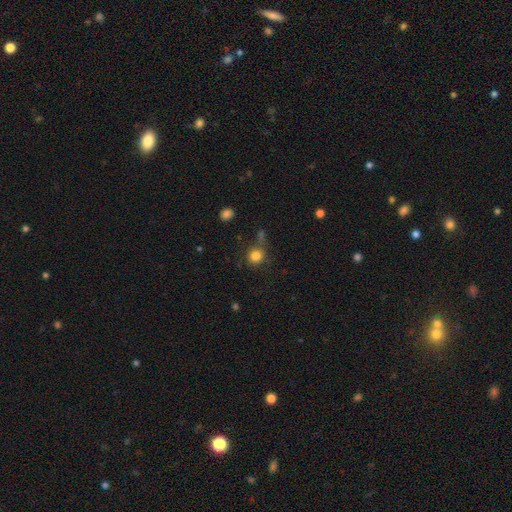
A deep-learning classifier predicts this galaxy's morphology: Smooth or featured: smooth — 82% (star or artifact — 12%)
How rounded: round — 85% (in between — 14%)
Merging: none — 71% (minor disturbance — 14%)